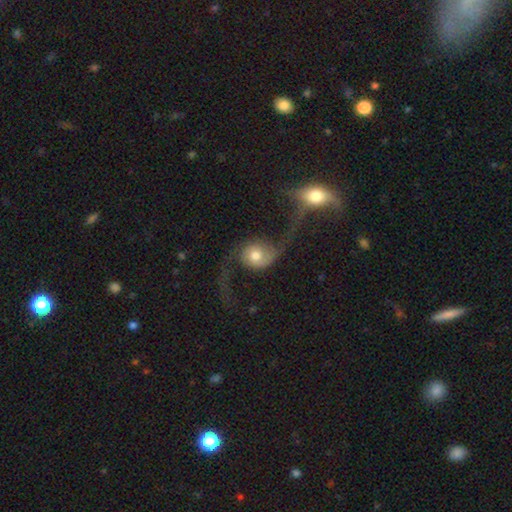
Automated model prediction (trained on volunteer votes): The model was most divided on "merging": major disturbance: 40%, none: 31%, merger: 15%, minor disturbance: 14%. More confident: edge-on disk — no (95%); spiral arm count — 2 (88%); spiral arms — yes (86%); spiral winding — loose (83%); bar — no (73%); smooth or featured — featured or disk (67%); bulge size — moderate (62%).